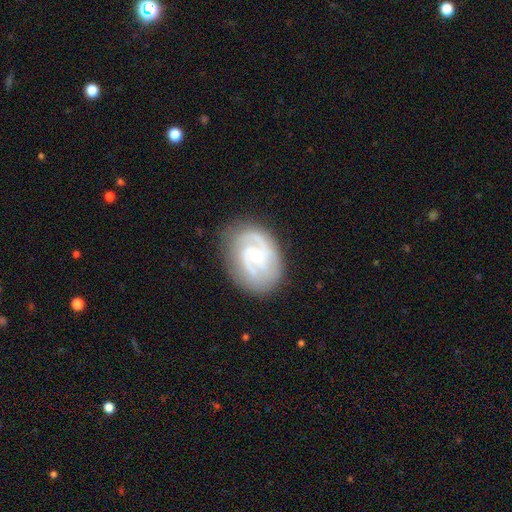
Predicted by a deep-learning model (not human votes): Smooth or featured?
  - featured or disk: 83% *
  - smooth: 12%
  - star or artifact: 5%
Edge-on disk?
  - no: 98% *
  - yes: 2%
Bar?
  - no: 57% *
  - weak: 36%
  - strong: 7%
Spiral arms?
  - yes: 96% *
  - no: 4%
Spiral winding?
  - tight: 51% *
  - medium: 40%
  - loose: 10%
Spiral arm count?
  - 2: 57% *
  - 3: 15%
  - can't tell: 15%
  - 1: 6%
  - 4: 3%
  - more than 4: 3%
Bulge size?
  - small: 67% *
  - moderate: 28%
  - none: 3%
  - large: 2%
  - dominant: 1%
Merging?
  - none: 79% *
  - minor disturbance: 14%
  - major disturbance: 6%
  - merger: 1%